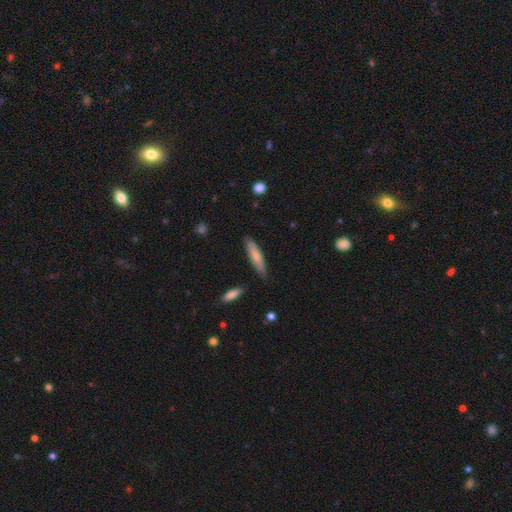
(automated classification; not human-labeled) A smooth galaxy with no disk features (70%) that is cigar-shaped (80%). Merging: none (82%).